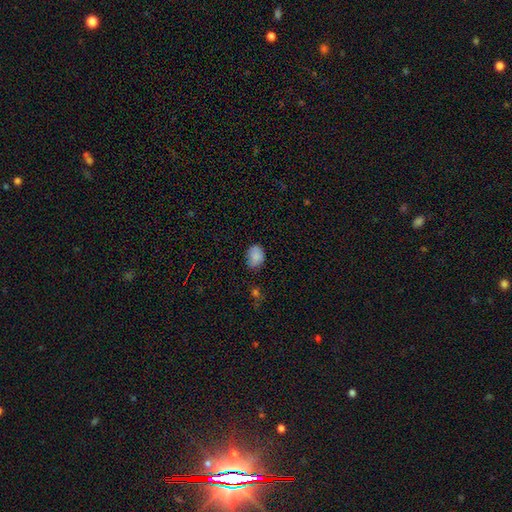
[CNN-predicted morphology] smooth 86%, star or artifact 9%, featured or disk 5%. Down the decision tree: how rounded — in between (65%); merging — none (71%).